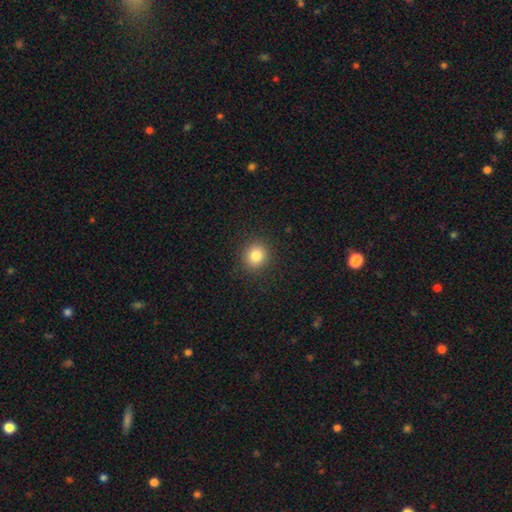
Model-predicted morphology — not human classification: Smooth or featured? Predicted: smooth (p=0.83). How rounded? Predicted: round (p=0.83). Merging? Predicted: none (p=0.90).